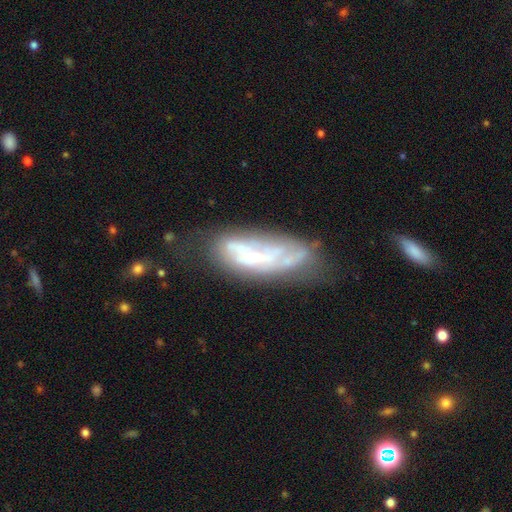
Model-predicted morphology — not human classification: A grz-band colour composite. It shows a featured or disk galaxy (64%) with no bar (67%), no spiral arms (62%) and a small central bulge (38%). Merging: none (45%).